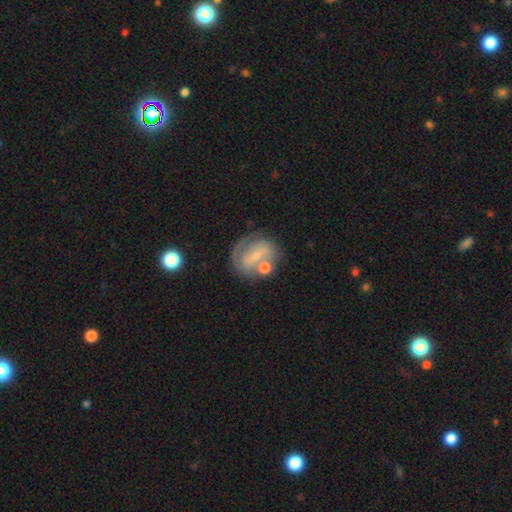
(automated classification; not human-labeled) Morphology: type=featured or disk (59%); edge-on=no (94%); bar=weak (38%); spiral arms=yes (58%); bulge=small (63%); merging=none (55%).